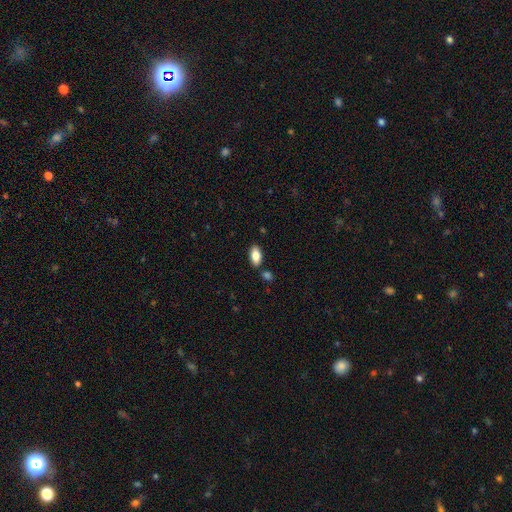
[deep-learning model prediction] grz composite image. It shows a smooth galaxy with no disk features (81%) that is in between round and cigar-shaped (91%). Merging: none (83%).